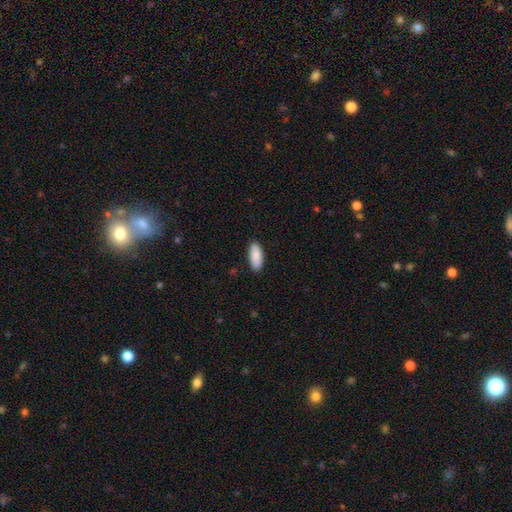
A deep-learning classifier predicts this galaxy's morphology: This is clearly a smooth galaxy (88%). How rounded: clearly in between (83%). Merging: clearly none (89%).